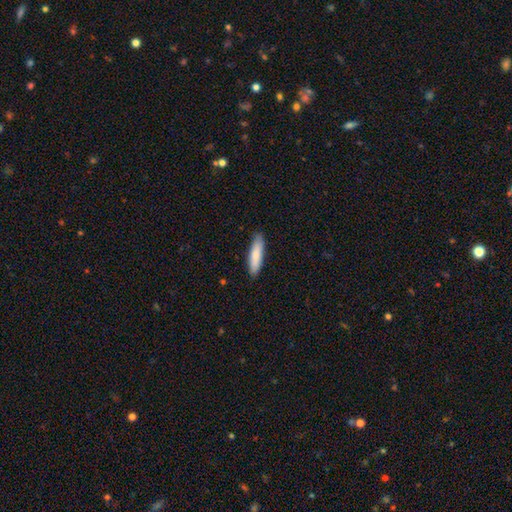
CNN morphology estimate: Overall: smooth (83%). How rounded: cigar-shaped (73%). Merging: none (88%).